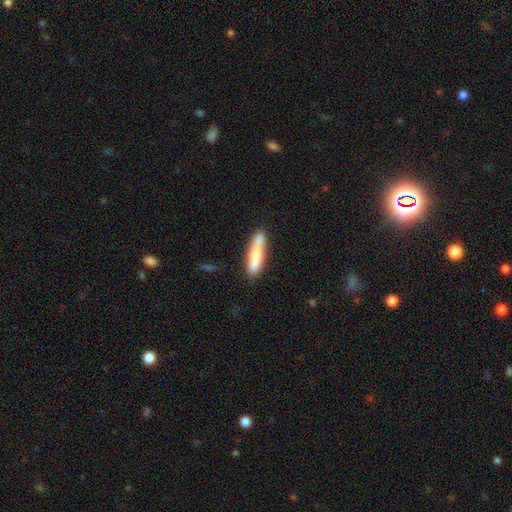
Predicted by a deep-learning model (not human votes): A smooth galaxy with no disk features (73%) that is cigar-shaped (80%). Merging: none (71%).